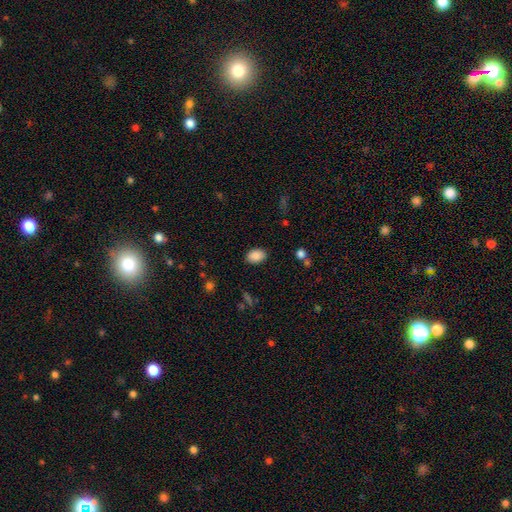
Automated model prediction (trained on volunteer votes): Smooth or featured? Predicted: smooth (p=0.88). How rounded? Predicted: in between (p=0.80). Merging? Predicted: none (p=0.87).